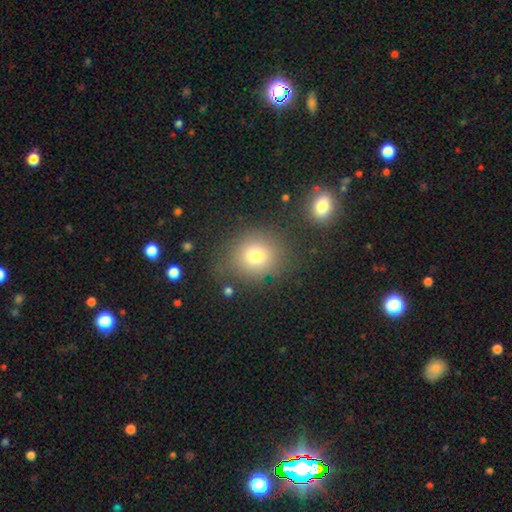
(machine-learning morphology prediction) Smooth or featured?
  - smooth: 75% *
  - star or artifact: 15%
  - featured or disk: 10%
How rounded?
  - round: 80% *
  - in between: 19%
  - cigar-shaped: 1%
Merging?
  - none: 78% *
  - minor disturbance: 11%
  - merger: 6%
  - major disturbance: 5%